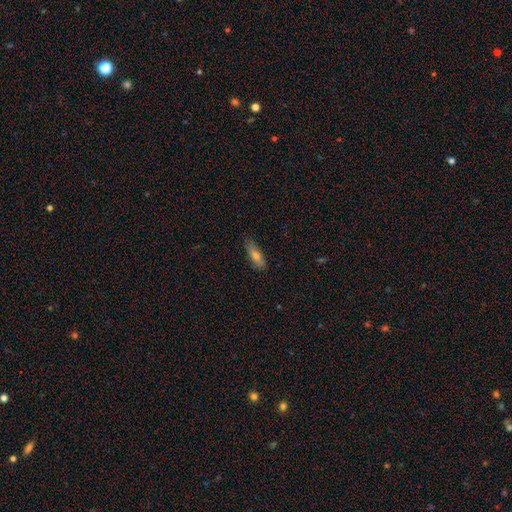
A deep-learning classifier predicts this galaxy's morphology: Smooth or featured: smooth — 66% (featured or disk — 26%)
How rounded: cigar-shaped — 58% (in between — 40%)
Merging: none — 80% (minor disturbance — 16%)